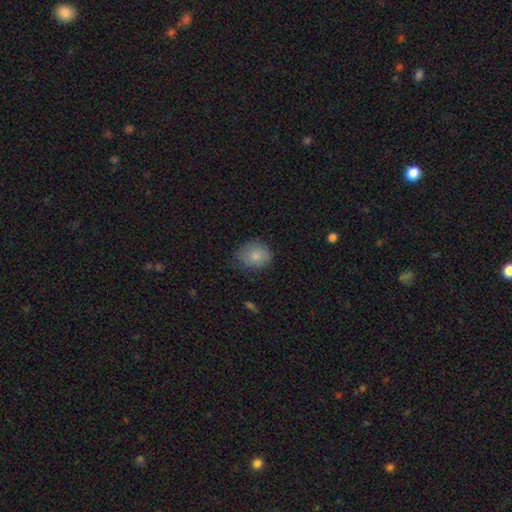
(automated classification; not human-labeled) smooth 83%, featured or disk 9%, star or artifact 8%. Down the decision tree: how rounded — round (55%); merging — none (67%).